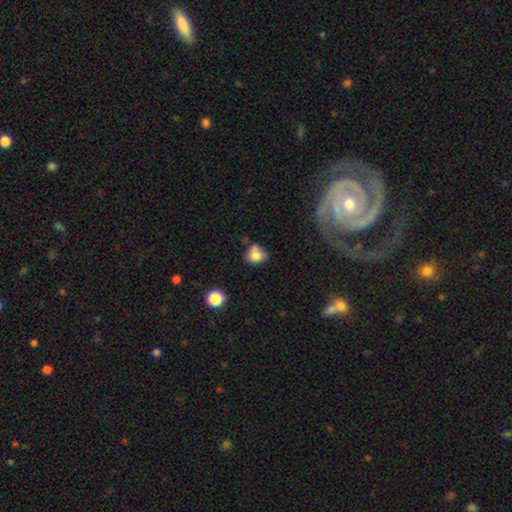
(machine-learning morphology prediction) A smooth galaxy with no disk features (79%) that is round (72%).

Vote fractions:
- Smooth or featured? smooth: 79% / star or artifact: 11% / featured or disk: 10%
- How rounded? round: 72% / in between: 27% / cigar-shaped: 1%
- Merging? none: 55% / minor disturbance: 24% / merger: 15% / major disturbance: 6%